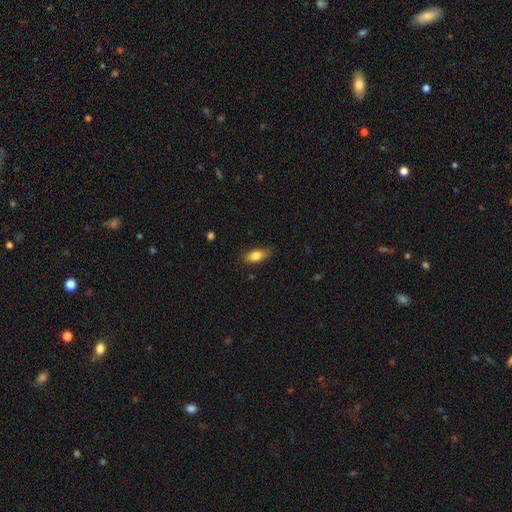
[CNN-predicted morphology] Smooth or featured: smooth — 79% (featured or disk — 13%)
How rounded: in between — 80% (cigar-shaped — 15%)
Merging: none — 81% (minor disturbance — 15%)